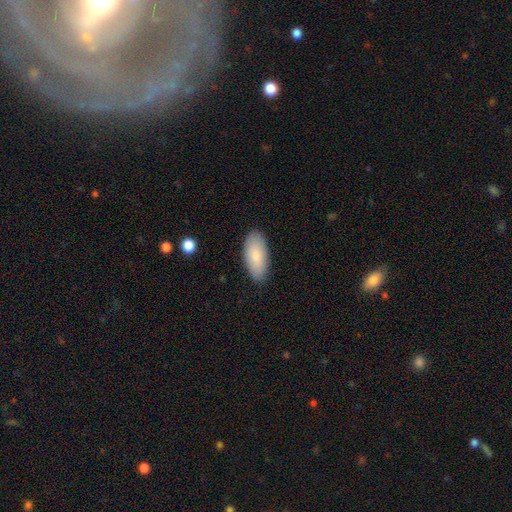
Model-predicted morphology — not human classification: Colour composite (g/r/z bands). It shows a smooth galaxy with no disk features (82%) that is in between round and cigar-shaped (91%). Merging: none (86%).